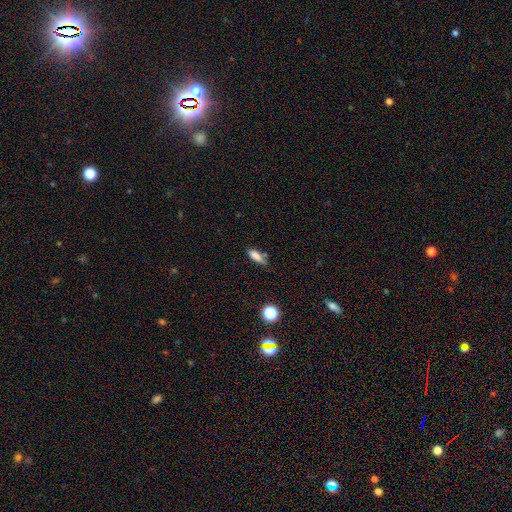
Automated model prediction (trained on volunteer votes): This is likely a smooth galaxy (80%). How rounded: likely in between (66%). Merging: possibly none (53%).